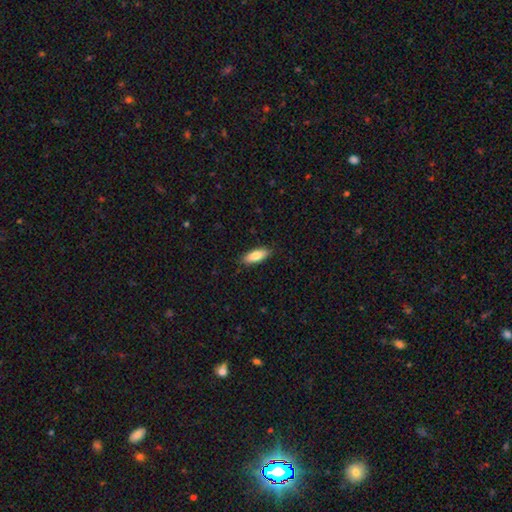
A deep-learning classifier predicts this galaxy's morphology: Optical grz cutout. It shows a smooth galaxy with no disk features (84%) that is in between round and cigar-shaped (70%). Merging: none (87%).